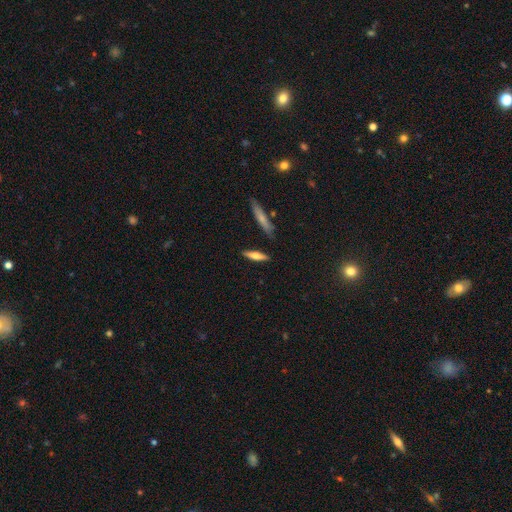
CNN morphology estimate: The model was most divided on "smooth or featured": smooth: 62%, featured or disk: 31%, star or artifact: 6%. More confident: merging — none (84%); how rounded — cigar-shaped (73%).